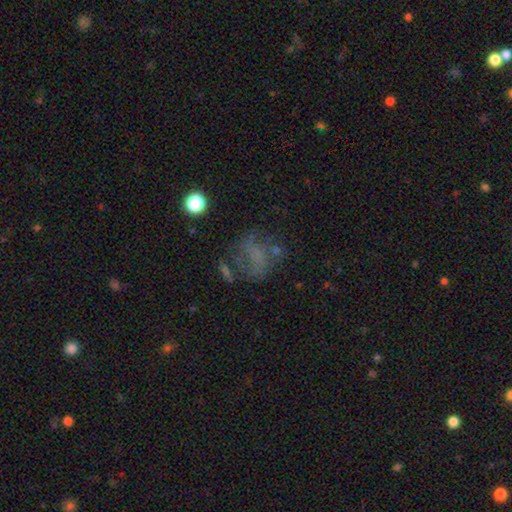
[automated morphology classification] Smooth or featured: featured or disk — 40% (smooth — 36%)
Merging: none — 46% (major disturbance — 26%)